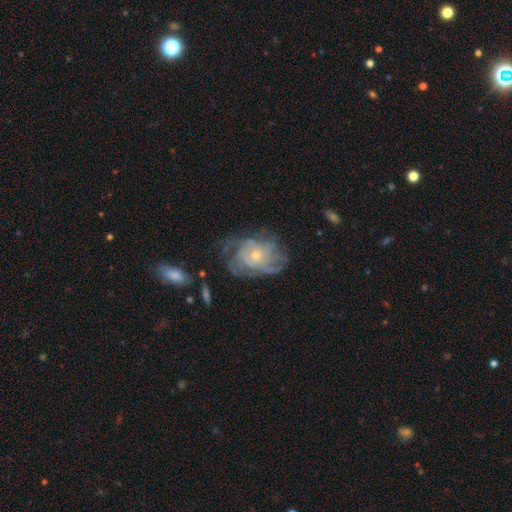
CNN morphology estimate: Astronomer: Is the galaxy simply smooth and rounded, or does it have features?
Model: featured or disk — 78%.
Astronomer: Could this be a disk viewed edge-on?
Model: no — 97%.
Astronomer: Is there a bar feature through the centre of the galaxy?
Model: no — 81%.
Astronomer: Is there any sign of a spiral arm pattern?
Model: yes — 86%.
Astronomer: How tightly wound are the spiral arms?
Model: tight — 49% (runner-up: medium, 36%).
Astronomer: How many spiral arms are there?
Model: can't tell — 41% (runner-up: 4, 21%).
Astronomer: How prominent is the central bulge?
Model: small — 69%.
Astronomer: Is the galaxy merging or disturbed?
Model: none — 58%.